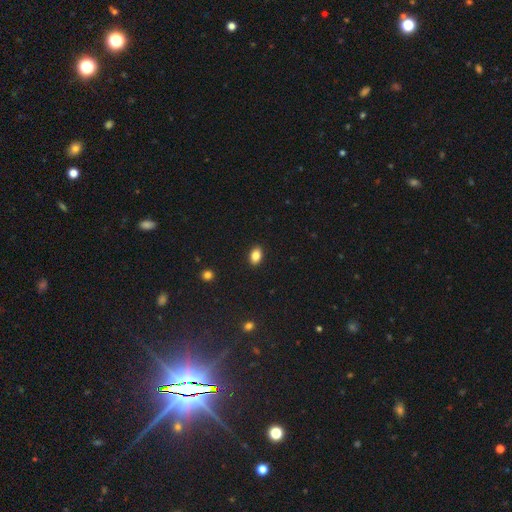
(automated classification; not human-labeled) The model was most divided on "how rounded": in between: 85%, round: 14%, cigar-shaped: 1%. More confident: merging — none (90%); smooth or featured — smooth (85%).